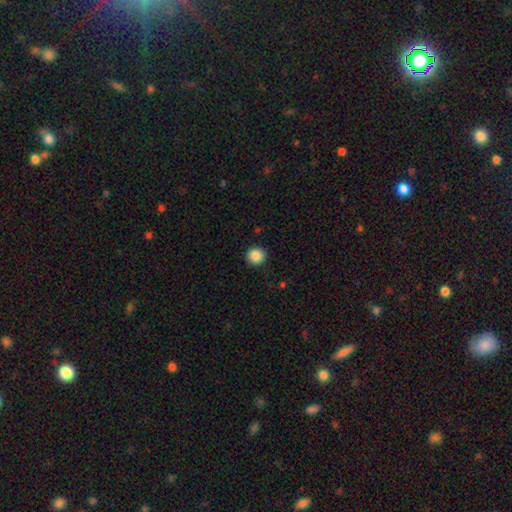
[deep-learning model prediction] smooth_or_featured: smooth (p=0.88) [alt: star or artifact p=0.09]
how_rounded: round (p=0.92) [alt: in between p=0.07]
merging: none (p=0.92) [alt: minor disturbance p=0.05]